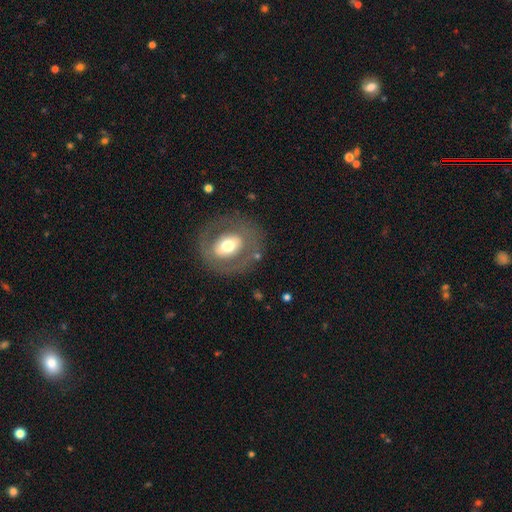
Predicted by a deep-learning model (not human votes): The model was most divided on "smooth or featured": featured or disk: 52%, smooth: 41%, star or artifact: 7%. More confident: edge-on disk — no (93%); merging — none (79%).